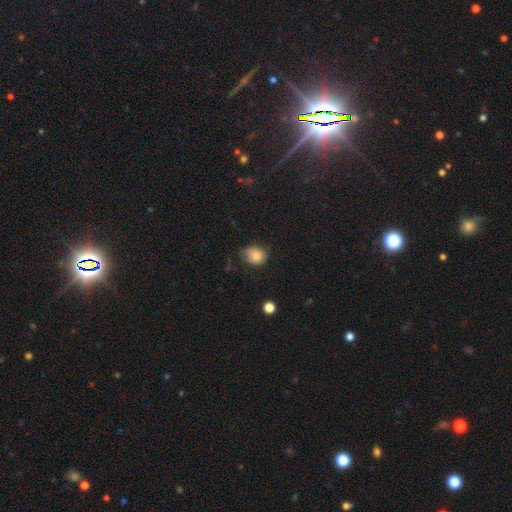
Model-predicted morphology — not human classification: Smooth or featured? Predicted: smooth (p=0.83). How rounded? Predicted: round (p=0.62). Merging? Predicted: none (p=0.58).